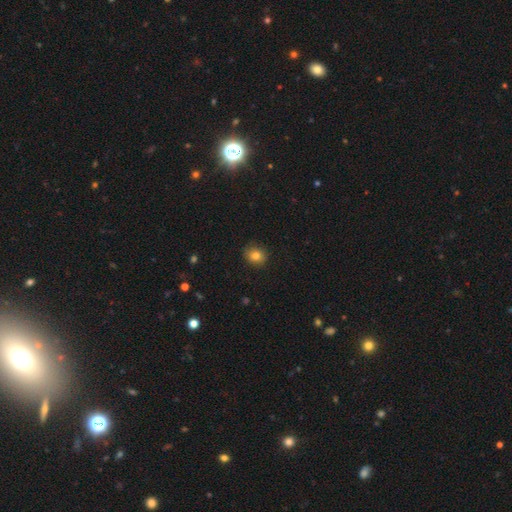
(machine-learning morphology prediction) Smooth or featured?
  - smooth: 82% *
  - star or artifact: 11%
  - featured or disk: 7%
How rounded?
  - round: 73% *
  - in between: 26%
  - cigar-shaped: 1%
Merging?
  - none: 86% *
  - minor disturbance: 11%
  - major disturbance: 2%
  - merger: 1%